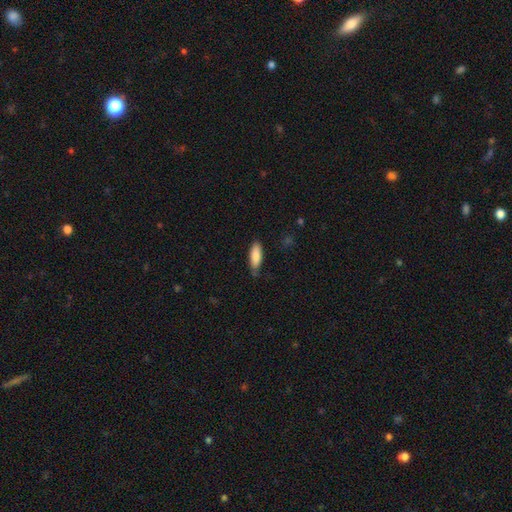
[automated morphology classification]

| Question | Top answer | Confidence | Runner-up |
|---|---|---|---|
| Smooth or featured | smooth | 85% | featured or disk (9%) |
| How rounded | in between | 65% | cigar-shaped (34%) |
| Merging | none | 72% | minor disturbance (23%) |